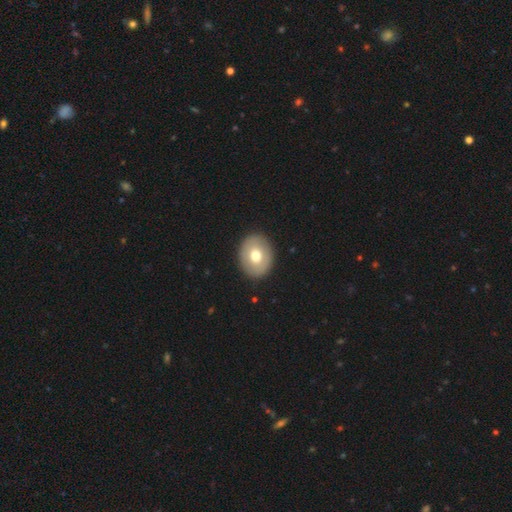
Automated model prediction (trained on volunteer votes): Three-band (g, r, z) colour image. It shows a smooth galaxy with no disk features (68%) that is in between round and cigar-shaped (52%). Merging: none (89%).